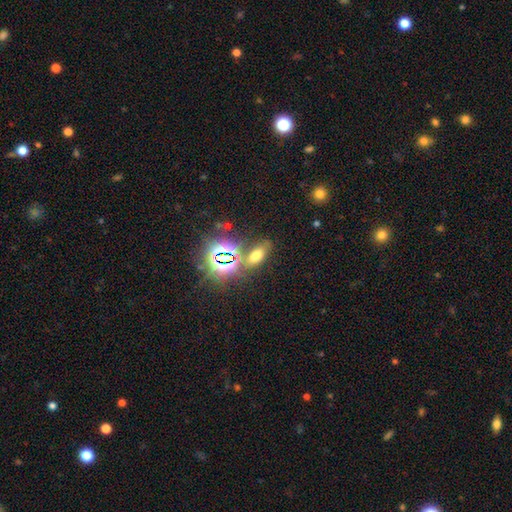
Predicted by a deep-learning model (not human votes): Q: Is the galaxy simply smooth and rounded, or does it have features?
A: smooth — 54%.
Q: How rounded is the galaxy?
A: in between — 76%.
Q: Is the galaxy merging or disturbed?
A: none — 69%.